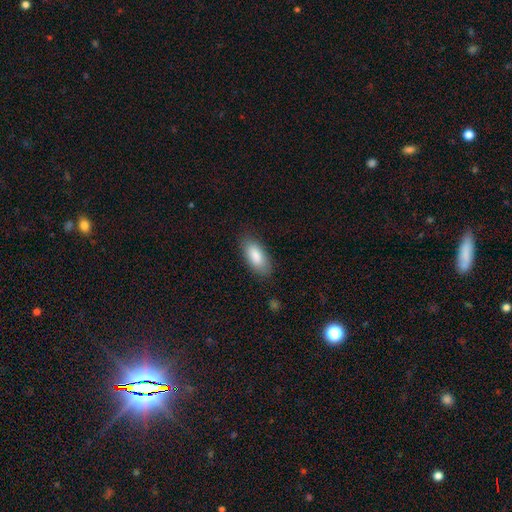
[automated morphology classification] Smooth or featured?
  - smooth: 87% *
  - featured or disk: 7%
  - star or artifact: 6%
How rounded?
  - in between: 87% *
  - cigar-shaped: 11%
  - round: 2%
Merging?
  - none: 83% *
  - minor disturbance: 13%
  - major disturbance: 3%
  - merger: 1%